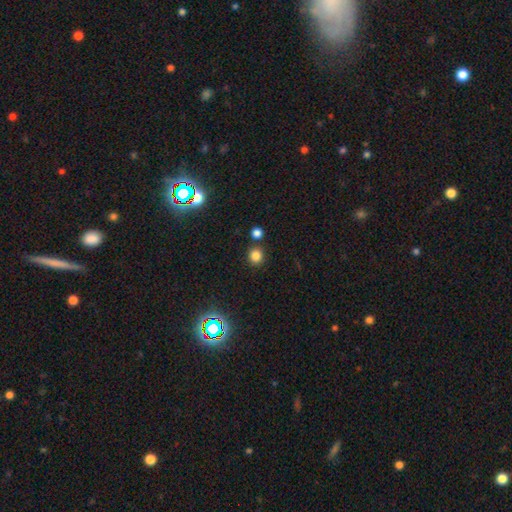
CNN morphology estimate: This appears to be a smooth galaxy with no disk features (80%) that is round (86%). Merging: none (80%).